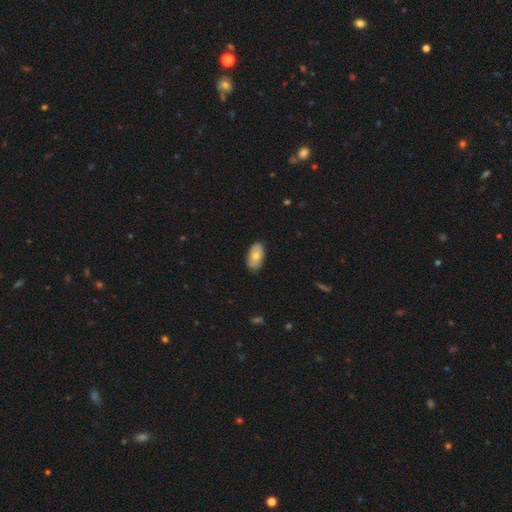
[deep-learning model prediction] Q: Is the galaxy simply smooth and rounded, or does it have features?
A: smooth — 74%.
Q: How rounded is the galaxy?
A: in between — 93%.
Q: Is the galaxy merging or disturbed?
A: none — 86%.